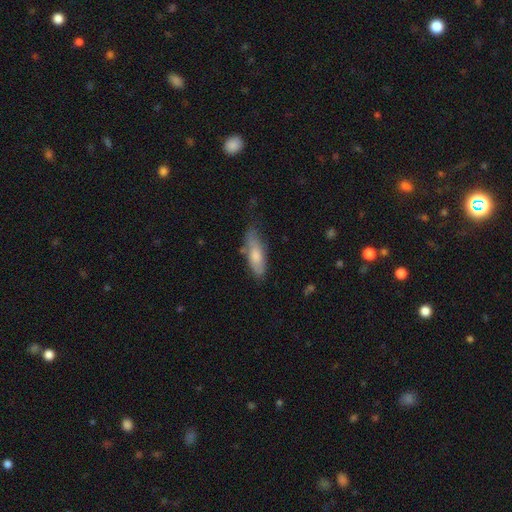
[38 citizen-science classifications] Smooth or featured?
  - smooth: 79% *
  - featured or disk: 18%
  - star or artifact: 3%
How rounded?
  - cigar-shaped: 60% *
  - in between: 40%
  - round: 0%
Merging?
  - none: 51% *
  - minor disturbance: 41%
  - major disturbance: 5%
  - merger: 3%